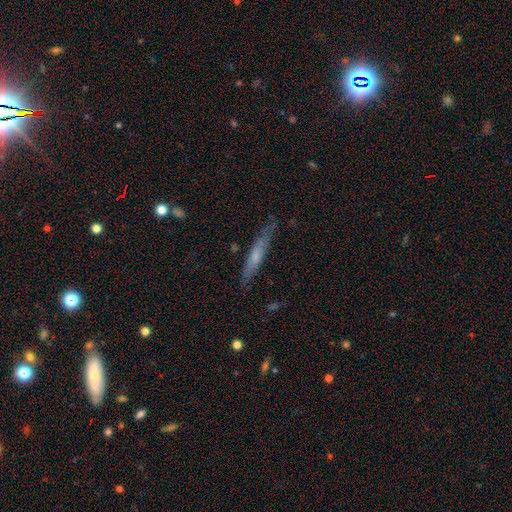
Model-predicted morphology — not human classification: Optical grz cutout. It shows a smooth galaxy with no disk features (49%). Merging: none (78%).